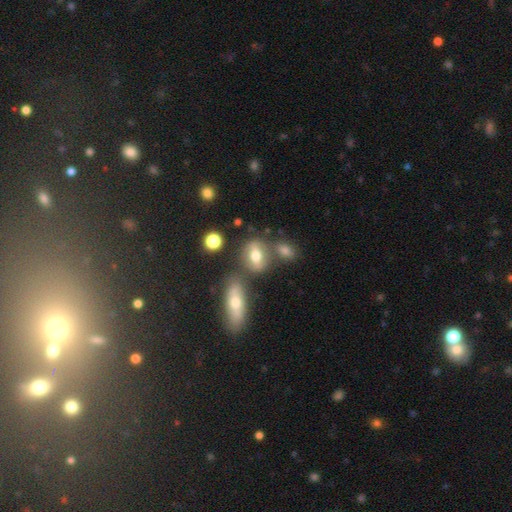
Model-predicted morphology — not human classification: smooth-or-featured: smooth: 59% | featured or disk: 30% | star or artifact: 11%
  how-rounded: in between: 66% | round: 29% | cigar-shaped: 5%
  merging: none: 58% | merger: 20% | minor disturbance: 16% | major disturbance: 6%